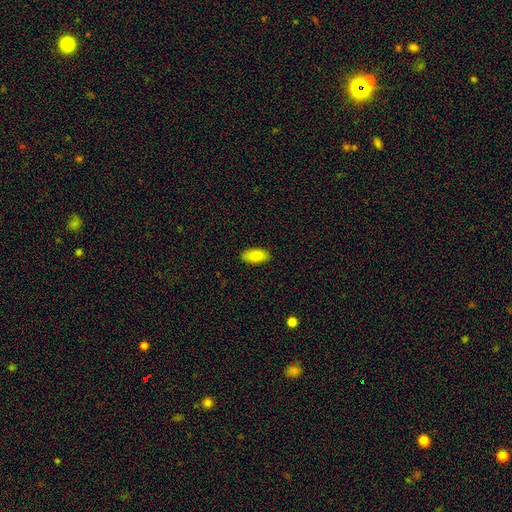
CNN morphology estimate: The model was most divided on "merging": none: 88%, minor disturbance: 9%, major disturbance: 2%, merger: 1%. More confident: how rounded — in between (93%); smooth or featured — smooth (89%).